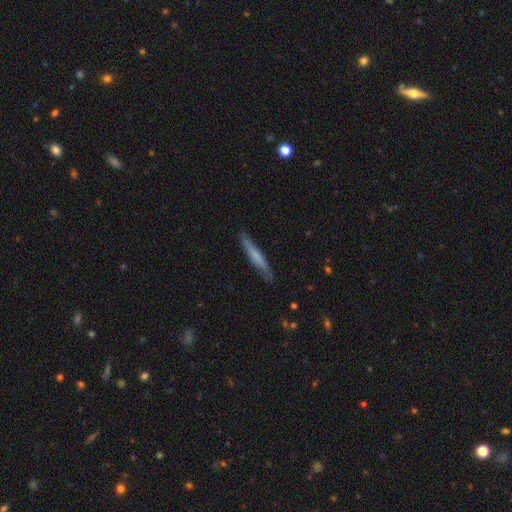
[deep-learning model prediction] Smooth or featured?
  - smooth: 54% *
  - featured or disk: 40%
  - star or artifact: 5%
How rounded?
  - cigar-shaped: 94% *
  - in between: 4%
  - round: 1%
Merging?
  - none: 85% *
  - minor disturbance: 12%
  - major disturbance: 2%
  - merger: 1%